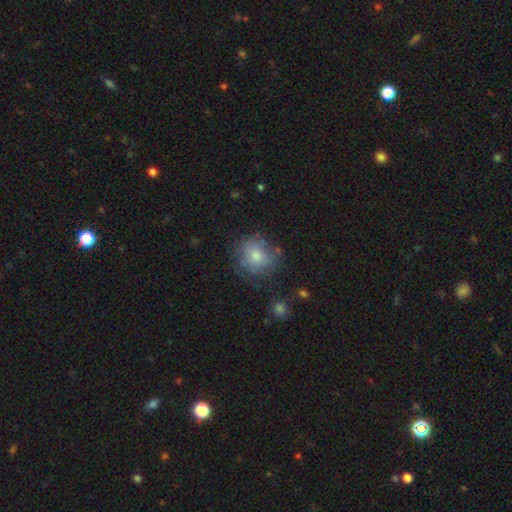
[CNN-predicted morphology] This is likely a smooth galaxy (65%). How rounded: clearly round (82%). Merging: likely none (68%).